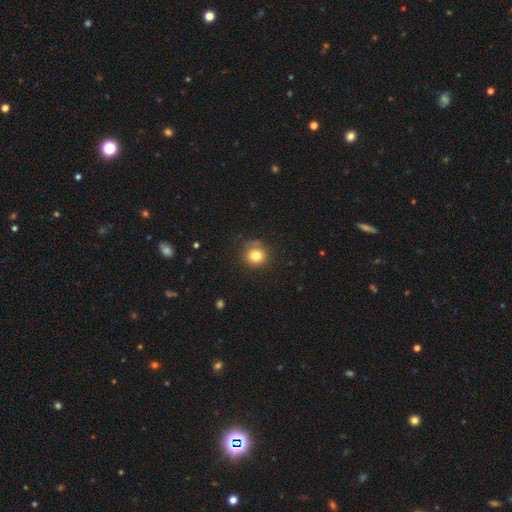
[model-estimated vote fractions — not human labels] Smooth or featured? Predicted: smooth (p=0.79). How rounded? Predicted: round (p=0.91). Merging? Predicted: none (p=0.80).